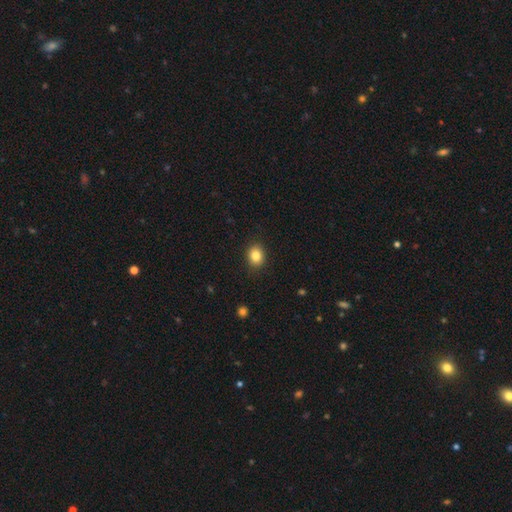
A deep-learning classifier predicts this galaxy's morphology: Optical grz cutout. It shows a smooth galaxy with no disk features (85%) that is round (53%). Merging: none (89%).